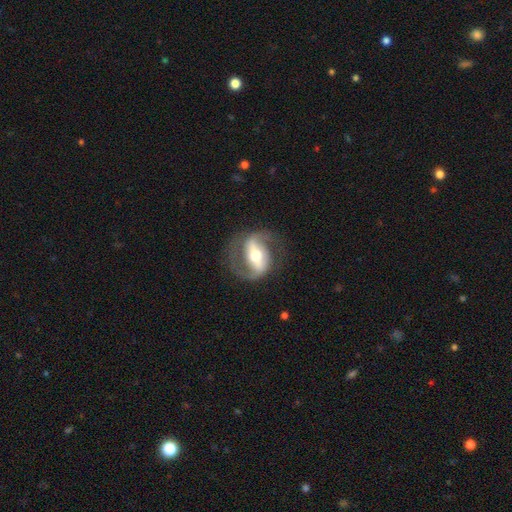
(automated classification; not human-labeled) The model was most divided on "spiral winding": medium: 50%, loose: 30%, tight: 20%. More confident: edge-on disk — no (93%); spiral arm count — 2 (89%); spiral arms — yes (87%); smooth or featured — featured or disk (84%); merging — none (74%); bulge size — moderate (66%); bar — strong (65%).